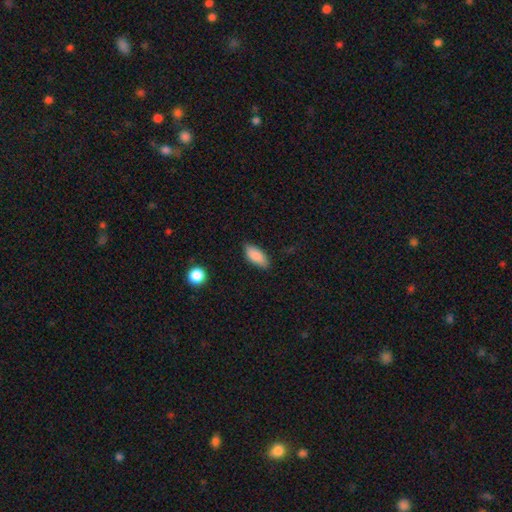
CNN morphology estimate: smooth-or-featured: smooth: 86% | star or artifact: 7% | featured or disk: 7%
  how-rounded: in between: 84% | cigar-shaped: 14% | round: 2%
  merging: none: 82% | minor disturbance: 14% | major disturbance: 3% | merger: 1%